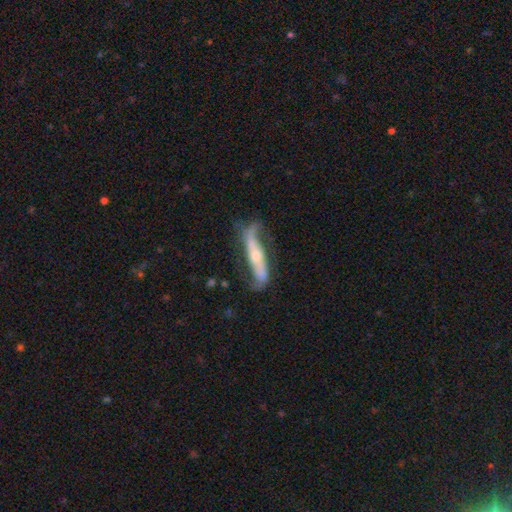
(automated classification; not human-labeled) This appears to be a featured or disk galaxy (75%). Merging: none (60%).